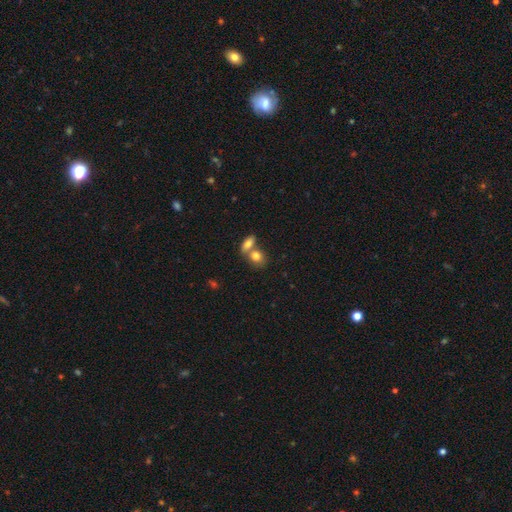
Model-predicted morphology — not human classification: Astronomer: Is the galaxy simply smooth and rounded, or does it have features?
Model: smooth — 80%.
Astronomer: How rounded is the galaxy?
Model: in between — 61% (runner-up: round, 37%).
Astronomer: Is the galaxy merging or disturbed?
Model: merger — 56% (runner-up: none, 34%).